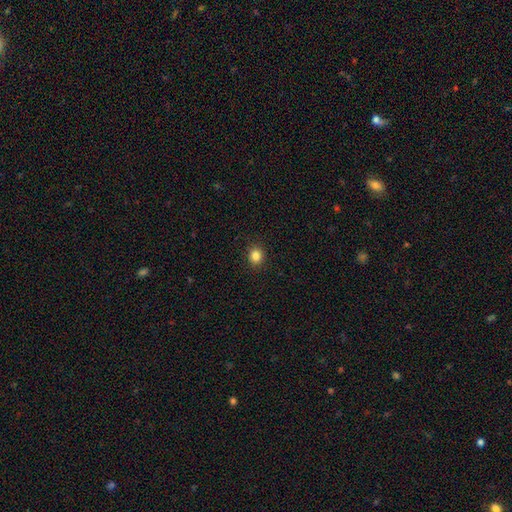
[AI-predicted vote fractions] Smooth or featured?
  - smooth: 84% *
  - star or artifact: 11%
  - featured or disk: 4%
How rounded?
  - round: 73% *
  - in between: 26%
  - cigar-shaped: 1%
Merging?
  - none: 91% *
  - minor disturbance: 6%
  - major disturbance: 2%
  - merger: 1%